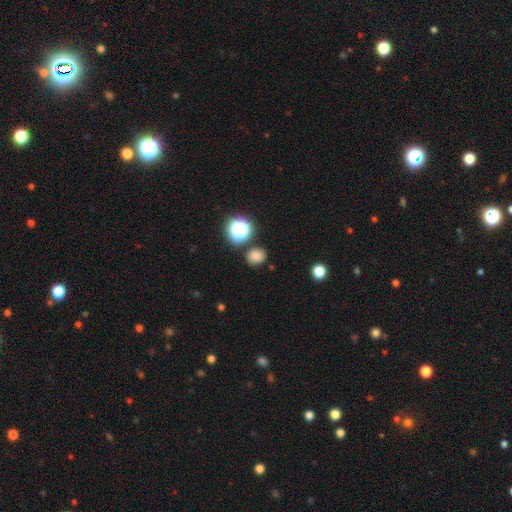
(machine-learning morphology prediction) Q: Smooth or featured?
A: smooth (77%); runner-up: star or artifact (17%)
Q: How rounded?
A: round (67%); runner-up: in between (32%)
Q: Merging?
A: none (80%); runner-up: minor disturbance (12%)